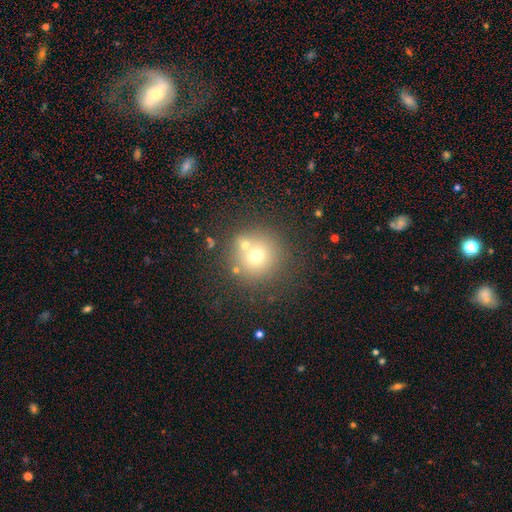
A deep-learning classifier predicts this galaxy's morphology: smooth-or-featured: smooth: 65% | star or artifact: 18% | featured or disk: 17%
  how-rounded: round: 94% | in between: 5% | cigar-shaped: 1%
  merging: none: 66% | merger: 22% | minor disturbance: 8% | major disturbance: 4%